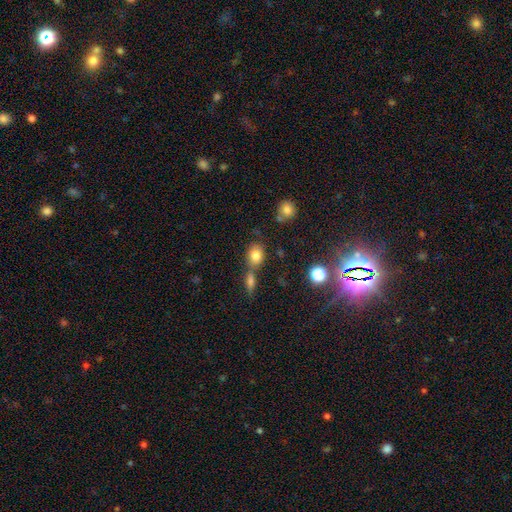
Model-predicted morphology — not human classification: smooth 81%, star or artifact 11%, featured or disk 8%. Down the decision tree: how rounded — in between (56%); merging — none (54%).